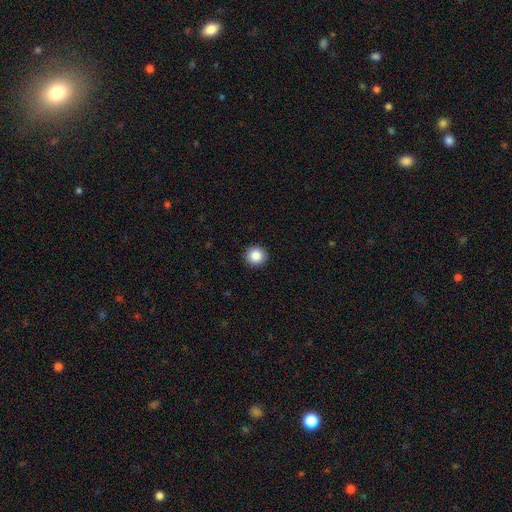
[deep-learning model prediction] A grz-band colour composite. It shows a smooth galaxy with no disk features (86%) that is round (95%). Merging: none (93%).